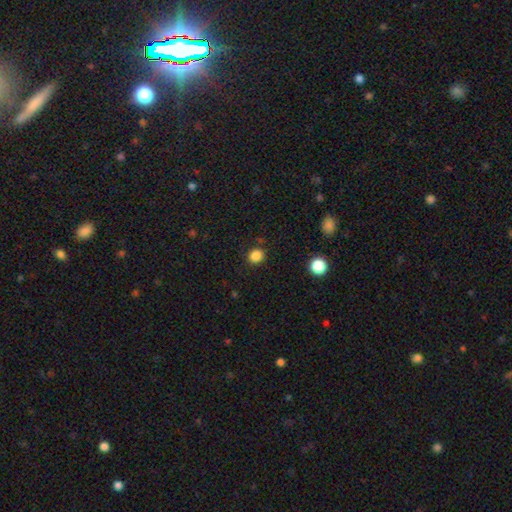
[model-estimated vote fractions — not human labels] This is clearly a smooth galaxy (85%). How rounded: likely round (79%). Merging: clearly none (87%).